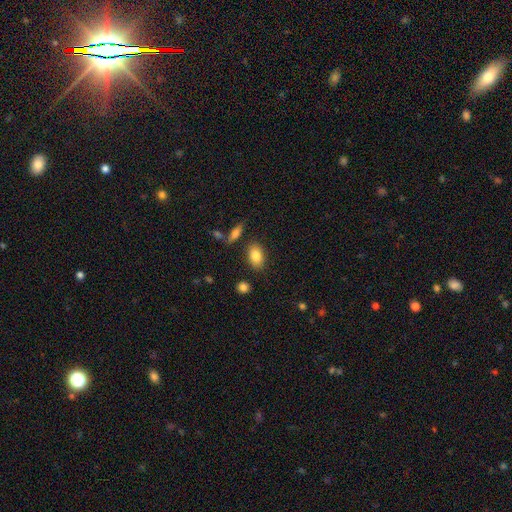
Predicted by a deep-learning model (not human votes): This appears to be a smooth galaxy with no disk features (85%) that is in between round and cigar-shaped (87%). Merging: none (82%).